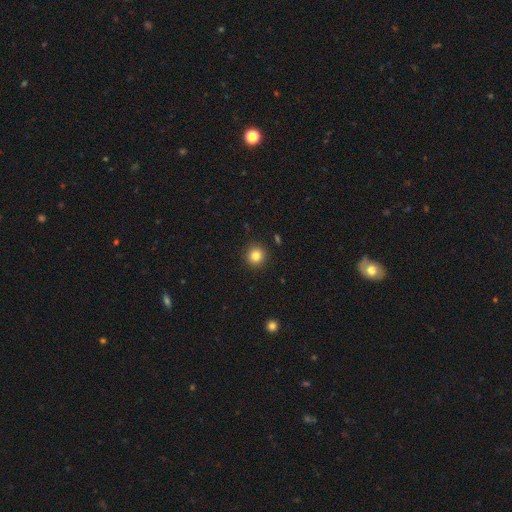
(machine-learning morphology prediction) This is clearly a smooth galaxy (83%). How rounded: clearly round (94%). Merging: clearly none (92%).